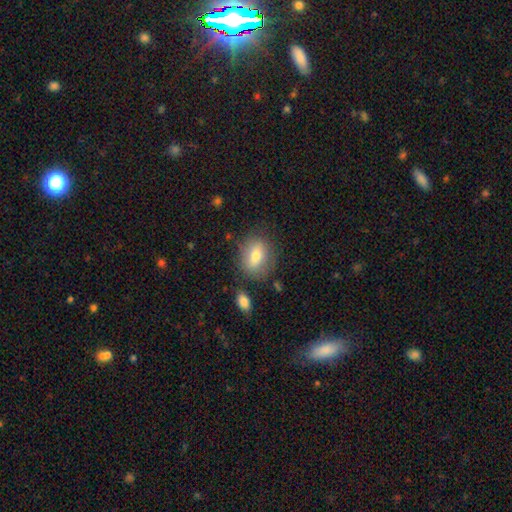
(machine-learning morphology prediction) This appears to be a smooth galaxy with no disk features (71%) that is in between round and cigar-shaped (57%). Merging: none (77%).